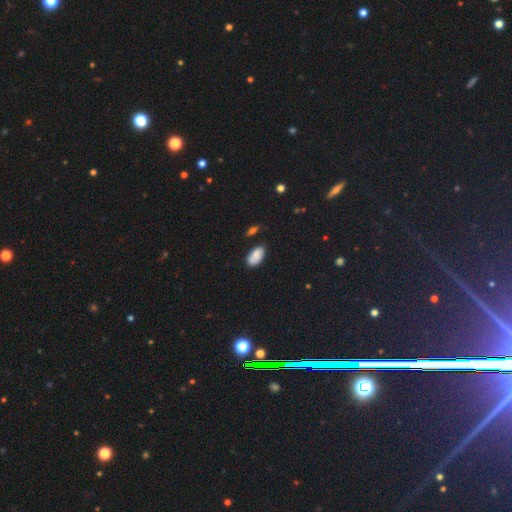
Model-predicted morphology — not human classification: Smooth or featured: smooth — 85% (star or artifact — 8%)
How rounded: in between — 95% (round — 3%)
Merging: none — 75% (minor disturbance — 19%)